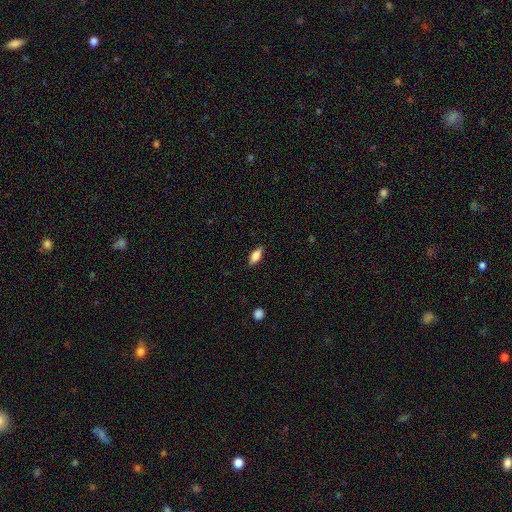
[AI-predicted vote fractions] This is likely a smooth galaxy (79%). How rounded: clearly in between (81%). Merging: clearly none (86%).